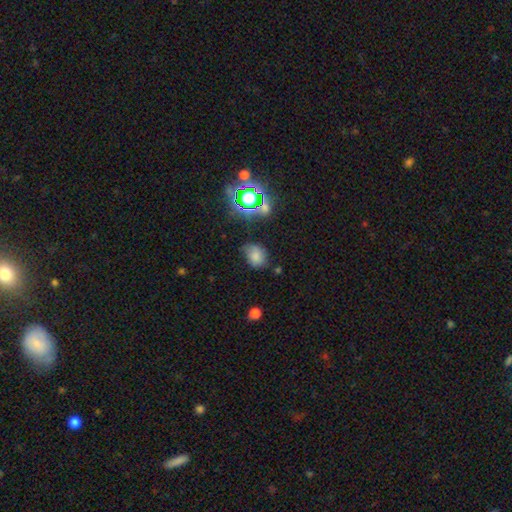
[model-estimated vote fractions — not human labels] Q: Smooth or featured?
A: smooth (70%); runner-up: star or artifact (19%)
Q: How rounded?
A: in between (57%); runner-up: round (41%)
Q: Merging?
A: none (54%); runner-up: minor disturbance (32%)